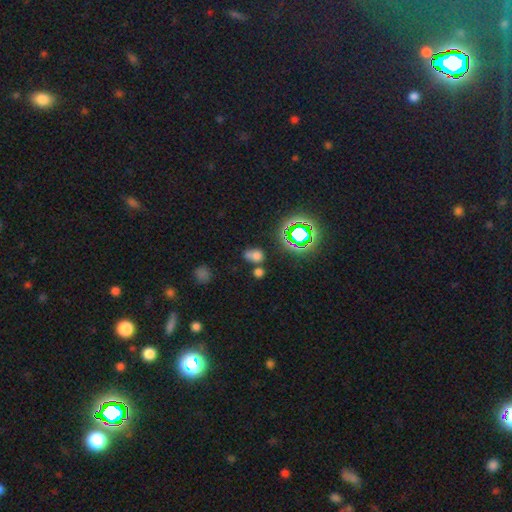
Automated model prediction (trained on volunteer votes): Smooth or featured: smooth — 62% (star or artifact — 29%)
How rounded: in between — 66% (round — 32%)
Merging: none — 49% (merger — 28%)